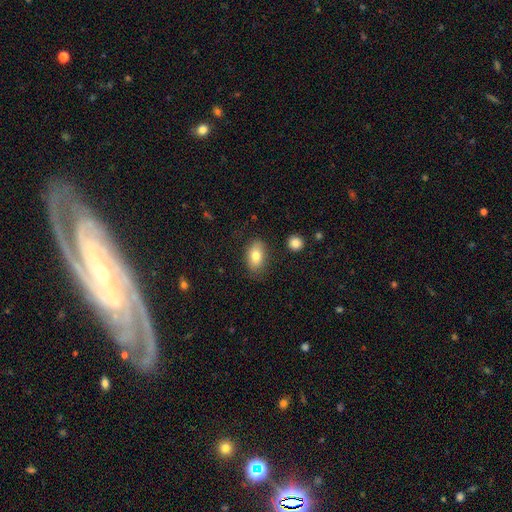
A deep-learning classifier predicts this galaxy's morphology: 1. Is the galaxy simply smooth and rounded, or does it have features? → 80% smooth, 13% featured or disk, 8% star or artifact.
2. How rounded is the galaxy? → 89% in between, 9% round, 2% cigar-shaped.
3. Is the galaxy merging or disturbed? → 79% none, 15% minor disturbance, 4% major disturbance, 2% merger.